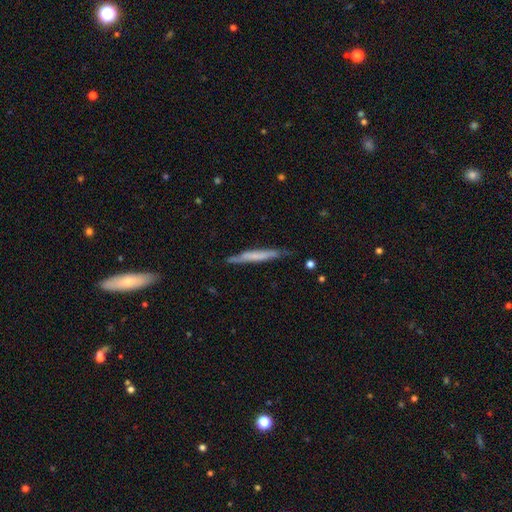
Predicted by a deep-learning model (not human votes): Overall: smooth (54%; featured or disk 41%). How rounded: cigar-shaped (95%). Merging: none (78%).